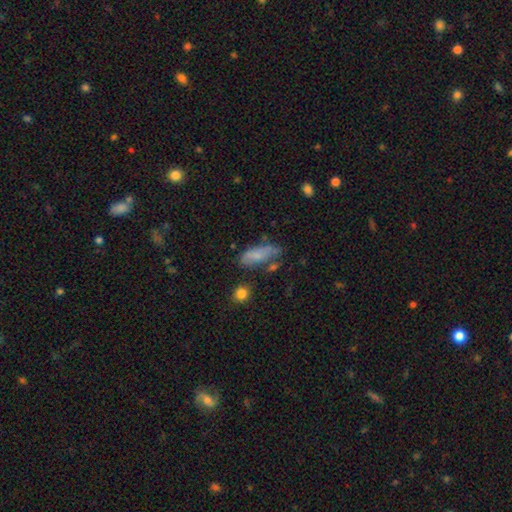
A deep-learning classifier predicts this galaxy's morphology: The model was most divided on "merging": none: 52%, minor disturbance: 29%, major disturbance: 11%, merger: 8%. More confident: smooth or featured — smooth (70%); how rounded — in between (67%).